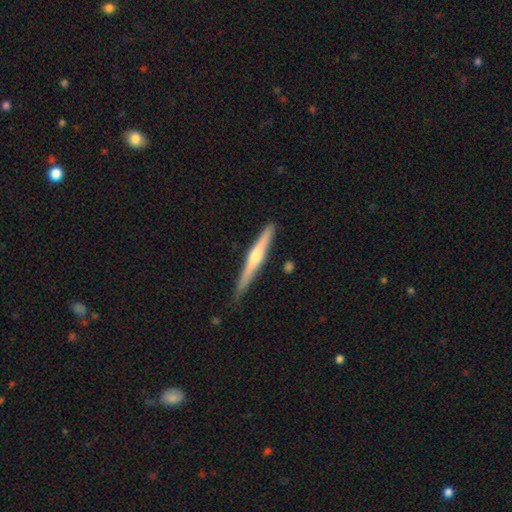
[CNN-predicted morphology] Smooth or featured? Predicted: featured or disk (p=0.68). Edge-on disk? Predicted: yes (p=0.98). Edge-on bulge? Predicted: rounded (p=0.84). Merging? Predicted: none (p=0.84).